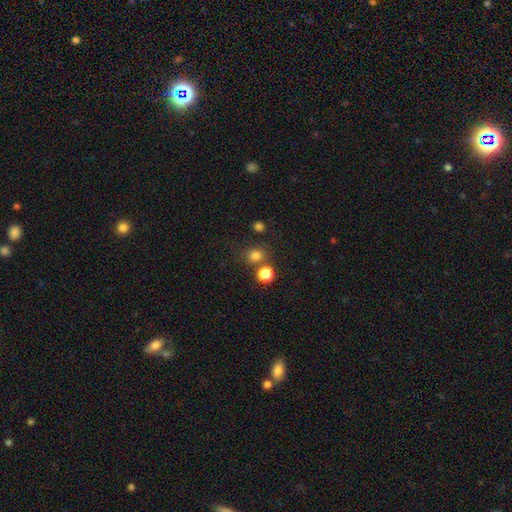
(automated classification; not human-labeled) A smooth galaxy with no disk features (78%) that is round (74%). Merging: none (70%).